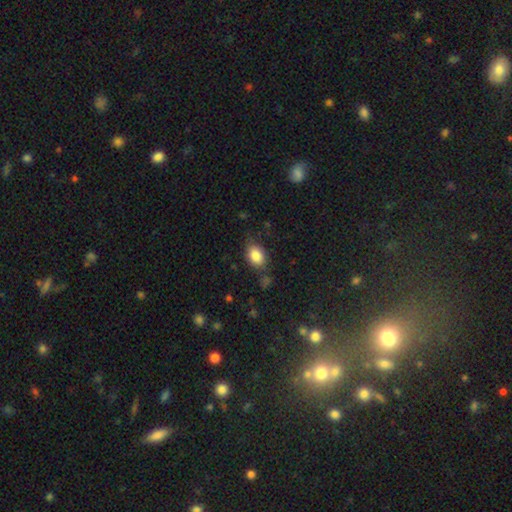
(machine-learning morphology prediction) Smooth or featured? smooth (85%)
How rounded? in between (79%)
Merging? none (71%)